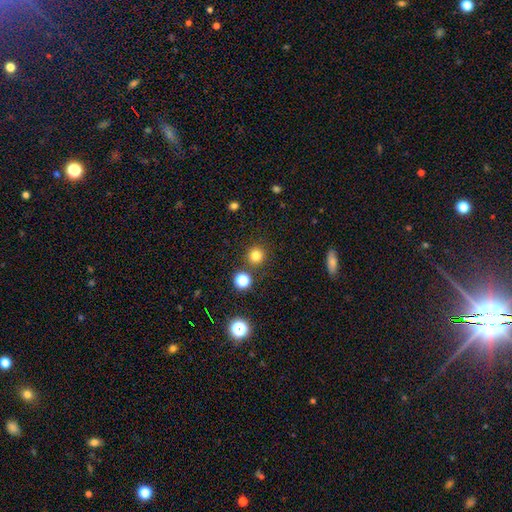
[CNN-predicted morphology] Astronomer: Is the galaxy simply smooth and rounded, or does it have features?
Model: smooth — 79%.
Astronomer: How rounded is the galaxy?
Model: round — 93%.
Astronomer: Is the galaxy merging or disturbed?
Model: none — 86%.